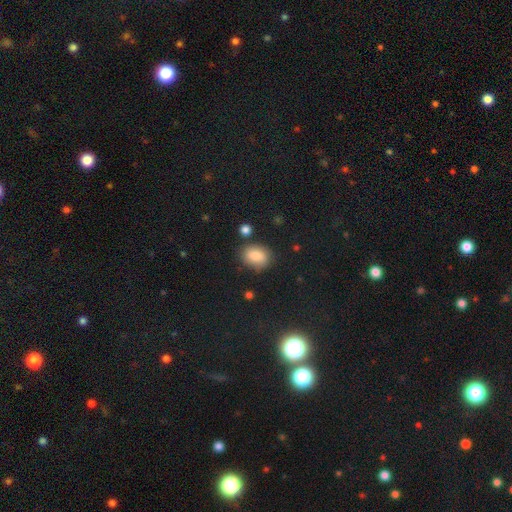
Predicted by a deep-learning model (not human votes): Morphology: type=smooth (81%); roundness=in between (66%); merging=none (76%).